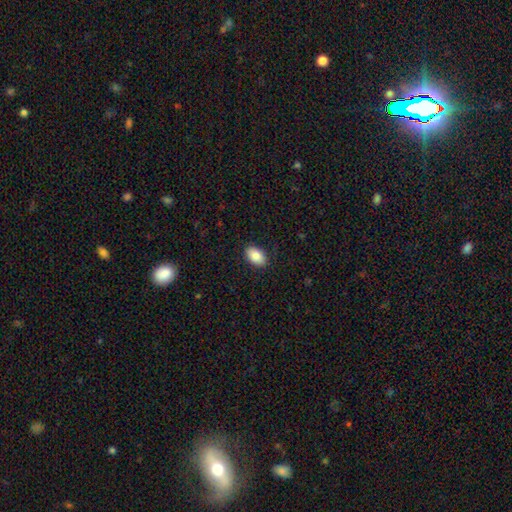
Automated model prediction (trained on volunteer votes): Q: Smooth or featured?
A: smooth (87%); runner-up: star or artifact (7%)
Q: How rounded?
A: in between (91%); runner-up: round (8%)
Q: Merging?
A: none (89%); runner-up: minor disturbance (8%)